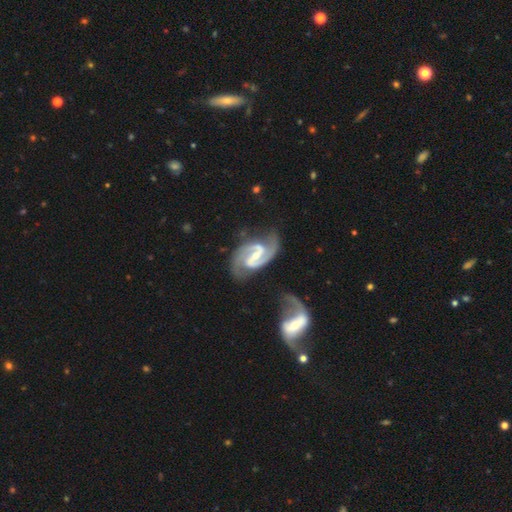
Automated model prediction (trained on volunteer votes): Smooth or featured?
  - featured or disk: 94% *
  - star or artifact: 4%
  - smooth: 2%
Edge-on disk?
  - no: 98% *
  - yes: 2%
Bar?
  - strong: 49% *
  - weak: 39%
  - no: 13%
Spiral arms?
  - yes: 99% *
  - no: 1%
Spiral winding?
  - medium: 62% *
  - tight: 22%
  - loose: 16%
Spiral arm count?
  - 2: 93% *
  - 3: 2%
  - can't tell: 1%
  - 1: 1%
  - 4: 1%
  - more than 4: 1%
Bulge size?
  - small: 58% *
  - moderate: 38%
  - none: 2%
  - large: 1%
  - dominant: 1%
Merging?
  - none: 67% *
  - minor disturbance: 18%
  - merger: 8%
  - major disturbance: 7%